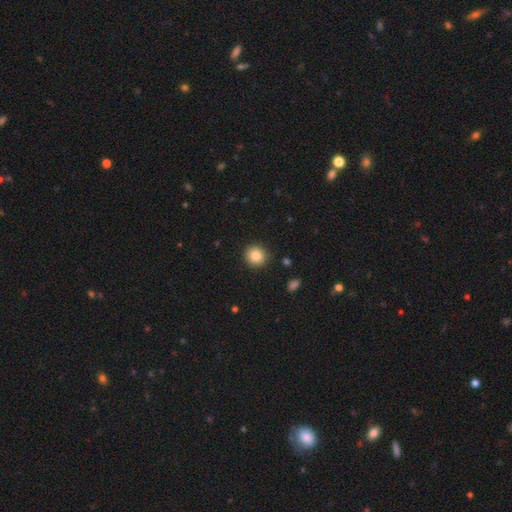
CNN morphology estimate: Smooth or featured? smooth (85%)
How rounded? round (92%)
Merging? none (90%)